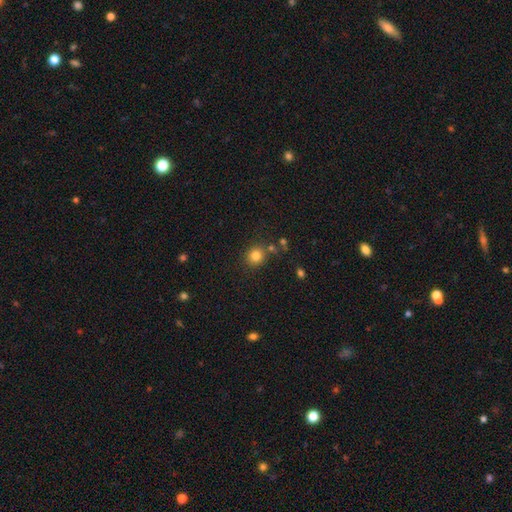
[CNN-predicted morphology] smooth-or-featured: smooth: 81% | star or artifact: 13% | featured or disk: 6%
  how-rounded: round: 87% | in between: 13% | cigar-shaped: 1%
  merging: none: 80% | minor disturbance: 10% | merger: 7% | major disturbance: 3%